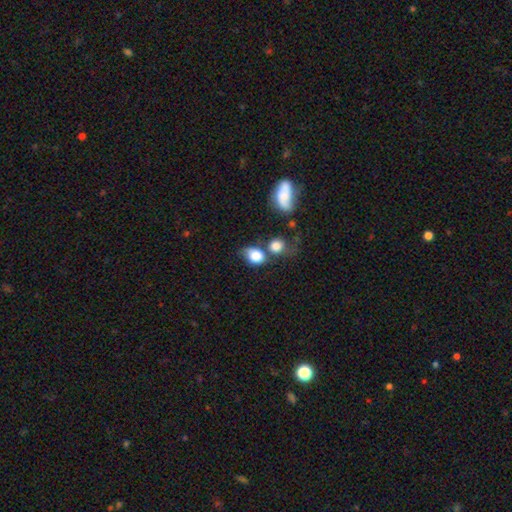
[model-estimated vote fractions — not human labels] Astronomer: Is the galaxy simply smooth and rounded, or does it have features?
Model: smooth — 81%.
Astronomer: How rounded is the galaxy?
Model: in between — 59% (runner-up: round, 39%).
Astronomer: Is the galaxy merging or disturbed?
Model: none — 37% (runner-up: merger, 31%).